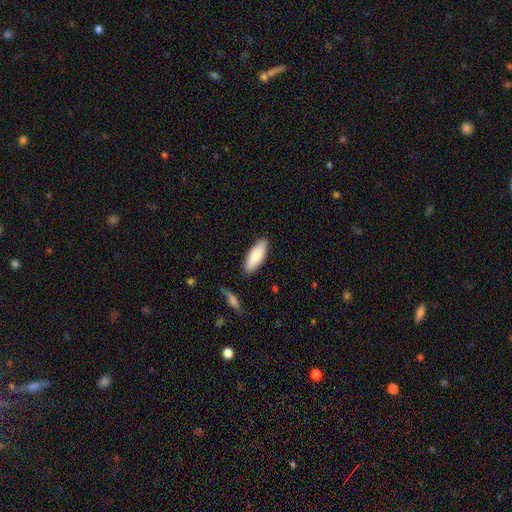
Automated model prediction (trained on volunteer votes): smooth-or-featured: smooth: 85% | featured or disk: 10% | star or artifact: 5%
  how-rounded: in between: 69% | cigar-shaped: 30% | round: 2%
  merging: none: 86% | minor disturbance: 10% | major disturbance: 2% | merger: 2%